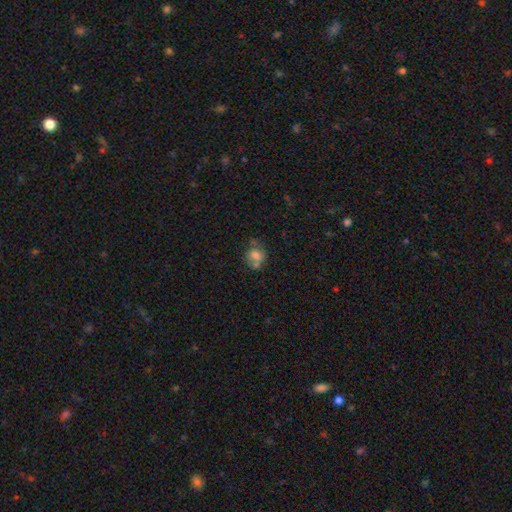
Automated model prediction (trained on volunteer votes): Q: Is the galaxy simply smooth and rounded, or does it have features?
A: smooth — 66%.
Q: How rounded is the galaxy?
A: round — 66%.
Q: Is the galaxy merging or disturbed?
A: none — 43%.